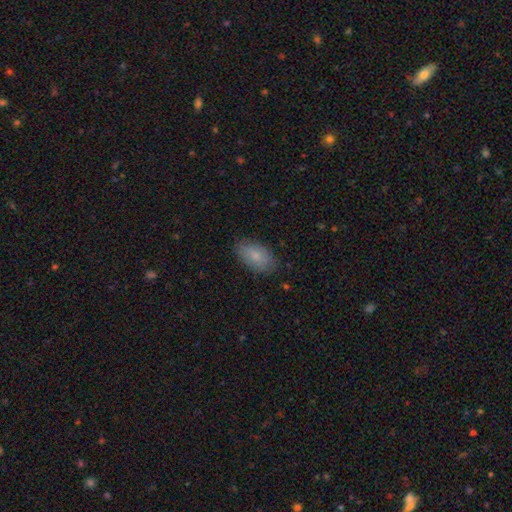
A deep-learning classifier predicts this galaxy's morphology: A smooth galaxy with no disk features (81%) that is in between round and cigar-shaped (93%).

Vote fractions:
- Smooth or featured? smooth: 81% / featured or disk: 13% / star or artifact: 7%
- How rounded? in between: 93% / round: 4% / cigar-shaped: 2%
- Merging? none: 84% / minor disturbance: 12% / major disturbance: 3% / merger: 1%